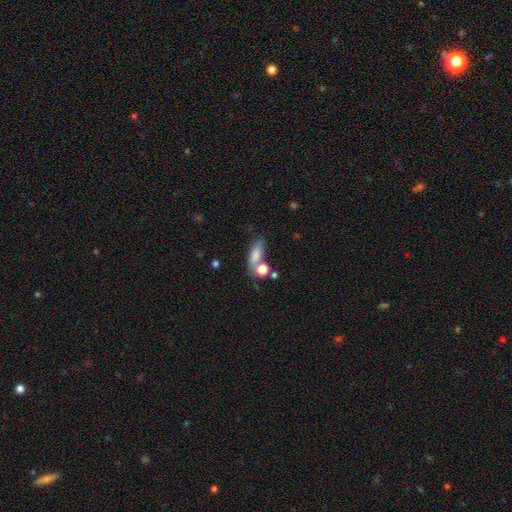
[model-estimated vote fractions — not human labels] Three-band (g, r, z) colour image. It shows a smooth galaxy with no disk features (77%) that is in between round and cigar-shaped (61%). Merging: none (48%).